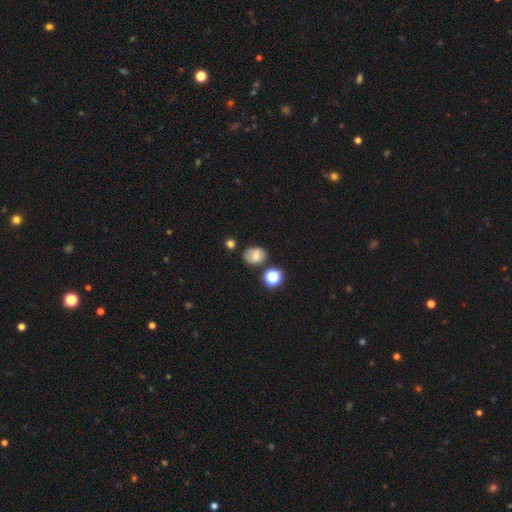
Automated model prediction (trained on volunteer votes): This is possibly a smooth galaxy (56%). How rounded: possibly in between (51%). Merging: likely none (70%).